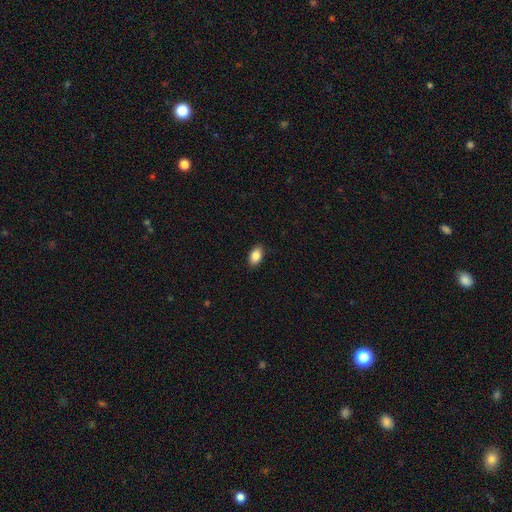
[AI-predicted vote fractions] smooth-or-featured: smooth: 86% | star or artifact: 8% | featured or disk: 6%
  how-rounded: in between: 90% | round: 9% | cigar-shaped: 2%
  merging: none: 88% | minor disturbance: 9% | major disturbance: 2% | merger: 1%